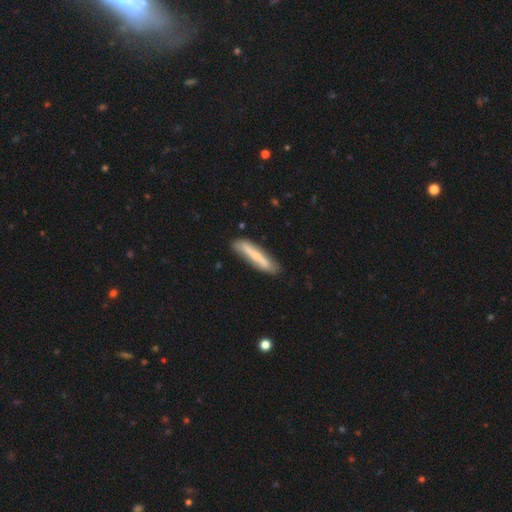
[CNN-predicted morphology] This is possibly a smooth galaxy (57%). How rounded: clearly cigar-shaped (85%). Merging: likely none (78%).